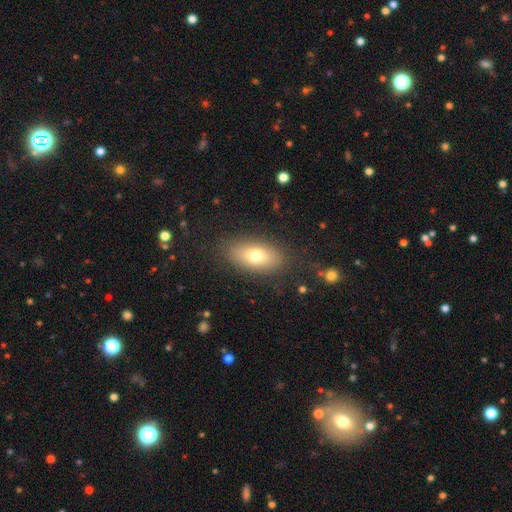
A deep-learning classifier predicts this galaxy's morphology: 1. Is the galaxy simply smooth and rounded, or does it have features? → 74% smooth, 17% featured or disk, 9% star or artifact.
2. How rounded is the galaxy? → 88% in between, 7% round, 5% cigar-shaped.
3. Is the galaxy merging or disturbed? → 83% none, 11% minor disturbance, 5% major disturbance, 1% merger.